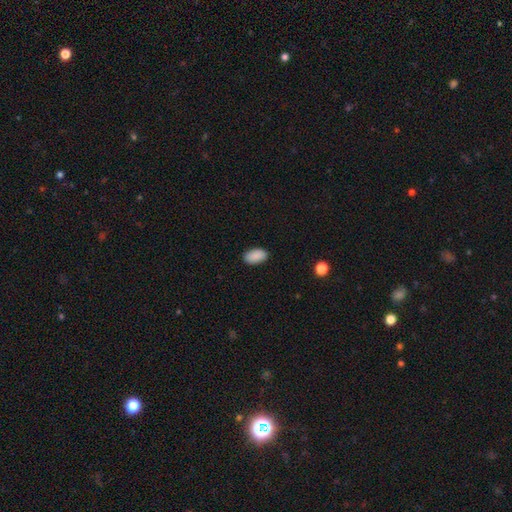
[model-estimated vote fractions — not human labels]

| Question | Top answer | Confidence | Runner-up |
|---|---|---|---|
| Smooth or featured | smooth | 90% | star or artifact (7%) |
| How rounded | in between | 94% | round (4%) |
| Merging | none | 88% | minor disturbance (9%) |